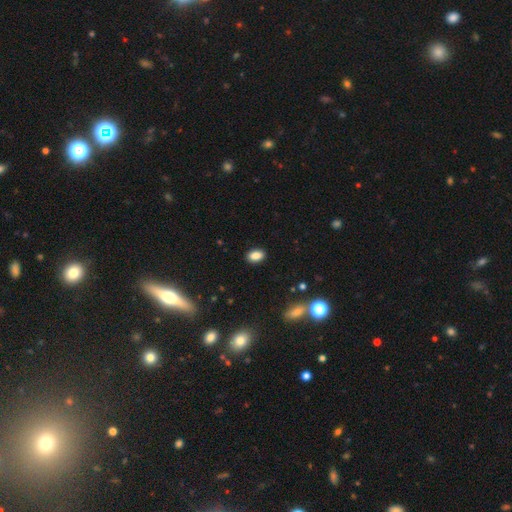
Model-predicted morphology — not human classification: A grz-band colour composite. It shows a smooth galaxy with no disk features (86%) that is in between round and cigar-shaped (88%). Merging: none (88%).